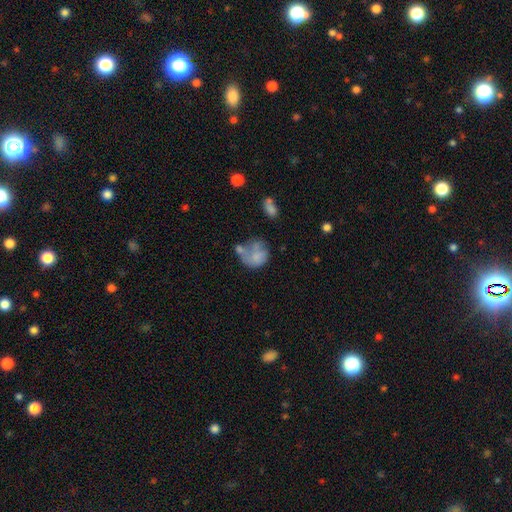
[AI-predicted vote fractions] Smooth or featured? Predicted: smooth (p=0.59). How rounded? Predicted: round (p=0.60). Merging? Predicted: none (p=0.28).